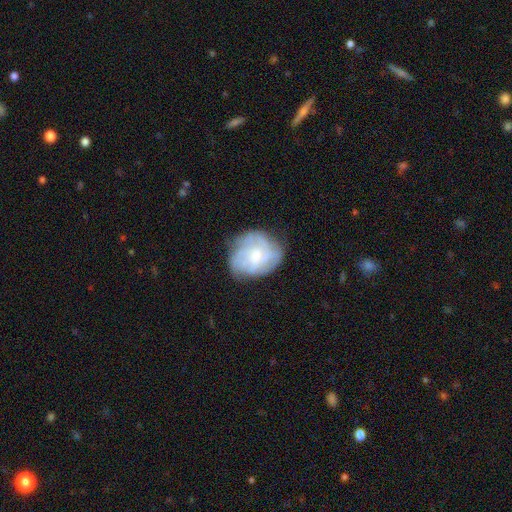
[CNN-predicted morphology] A featured or disk galaxy (61%) with no bar (66%), spiral arms (76%) and a moderate central bulge (45%, tied with small). Merging: none (68%).